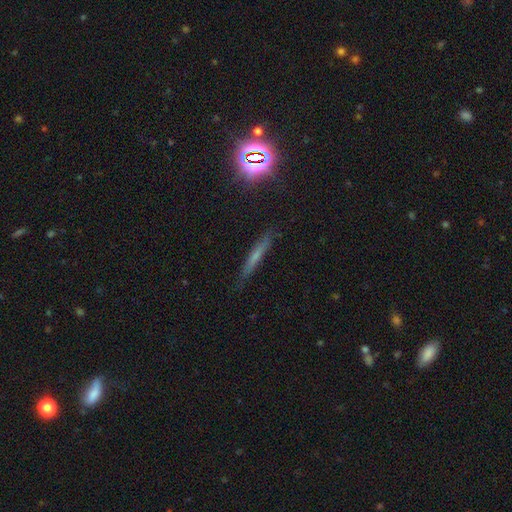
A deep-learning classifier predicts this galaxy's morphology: This appears to be a smooth galaxy with no disk features (48%). Merging: none (84%).